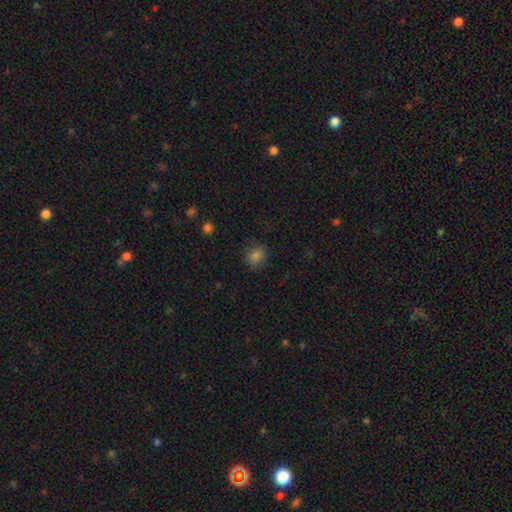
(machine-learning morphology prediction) This is clearly a smooth galaxy (81%). How rounded: likely round (66%). Merging: clearly none (83%).